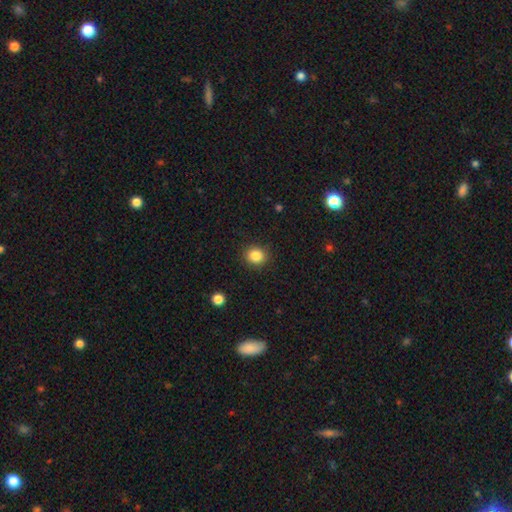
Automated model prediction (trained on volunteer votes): smooth_or_featured: smooth (p=0.85) [alt: star or artifact p=0.11]
how_rounded: round (p=0.82) [alt: in between p=0.18]
merging: none (p=0.90) [alt: minor disturbance p=0.07]